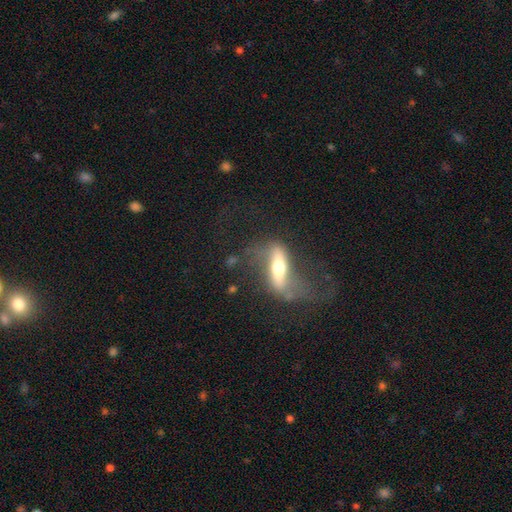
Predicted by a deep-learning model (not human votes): A featured or disk galaxy (77%) with a strong bar (50%), spiral arms (81%) and a moderate central bulge (60%).

Vote fractions:
- Smooth or featured? featured or disk: 77% / smooth: 13% / star or artifact: 9%
- Edge-on disk? no: 79% / yes: 21%
- Bar? strong: 50% / weak: 31% / no: 19%
- Spiral arms? yes: 81% / no: 19%
- Bulge size? moderate: 60% / small: 24% / large: 12% / none: 2% / dominant: 2%
- Merging? none: 49% / major disturbance: 29% / minor disturbance: 18% / merger: 4%